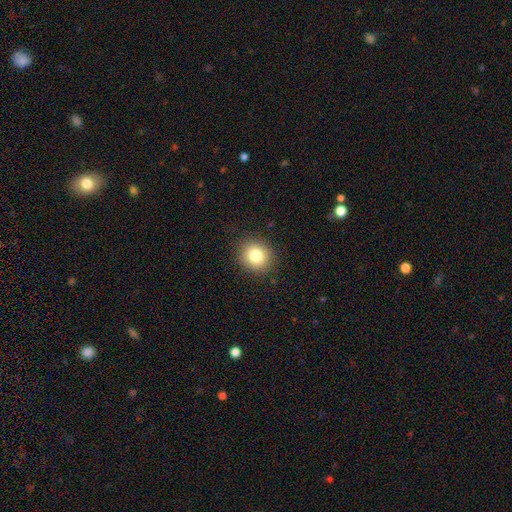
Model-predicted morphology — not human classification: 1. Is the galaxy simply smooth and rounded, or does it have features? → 83% smooth, 10% star or artifact, 7% featured or disk.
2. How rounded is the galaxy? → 82% round, 17% in between, 1% cigar-shaped.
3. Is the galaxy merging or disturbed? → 89% none, 7% minor disturbance, 2% major disturbance, 1% merger.